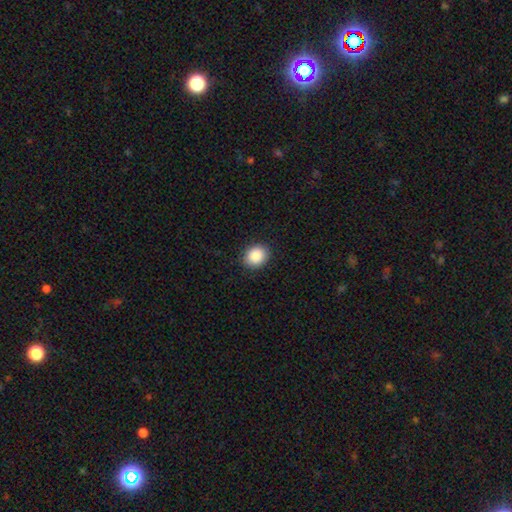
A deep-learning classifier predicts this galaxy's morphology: A smooth galaxy with no disk features (88%) that is round (63%). Merging: none (90%).